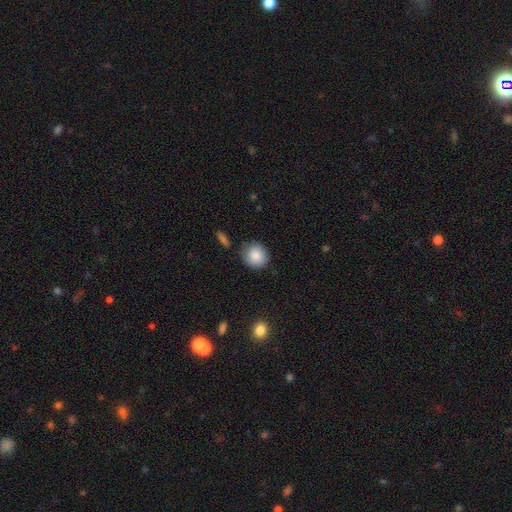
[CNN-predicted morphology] type=smooth (87%); roundness=round (86%); merging=none (80%).